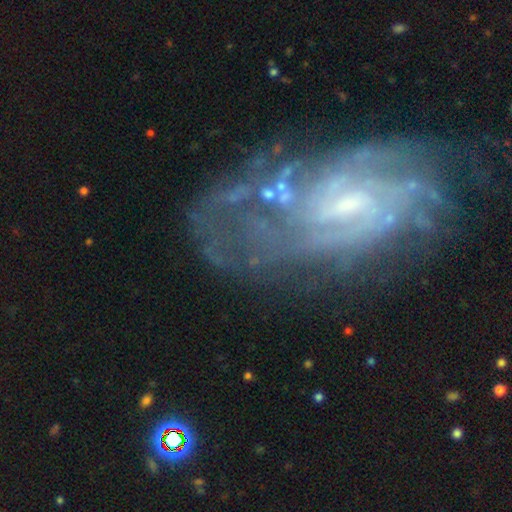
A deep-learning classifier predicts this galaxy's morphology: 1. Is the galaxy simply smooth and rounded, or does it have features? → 85% featured or disk, 8% star or artifact, 8% smooth.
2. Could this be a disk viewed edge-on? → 96% no, 4% yes.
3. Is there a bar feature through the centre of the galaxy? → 55% weak, 30% no, 15% strong.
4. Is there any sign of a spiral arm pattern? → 92% yes, 8% no.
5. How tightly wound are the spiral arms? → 54% tight, 34% medium, 11% loose.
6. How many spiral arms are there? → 45% can't tell, 16% 2, 13% 4, 12% 3, 8% more than 4, 7% 1.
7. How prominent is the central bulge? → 59% small, 25% moderate, 13% none, 2% large, 1% dominant.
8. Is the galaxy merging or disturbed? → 62% none, 20% minor disturbance, 15% major disturbance, 4% merger.